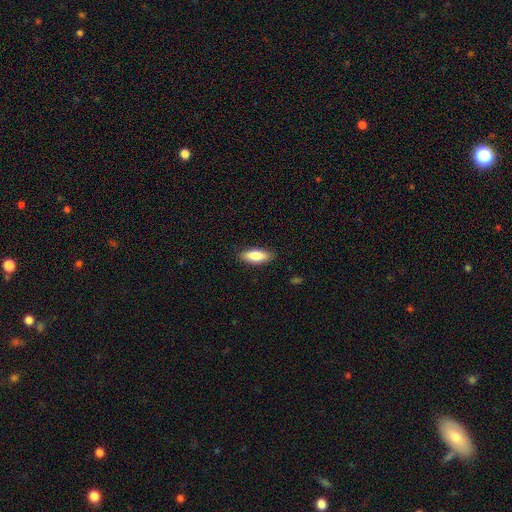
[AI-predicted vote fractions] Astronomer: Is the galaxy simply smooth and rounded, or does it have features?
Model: smooth — 82%.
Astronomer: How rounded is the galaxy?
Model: in between — 72%.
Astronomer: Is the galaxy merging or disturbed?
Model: none — 87%.